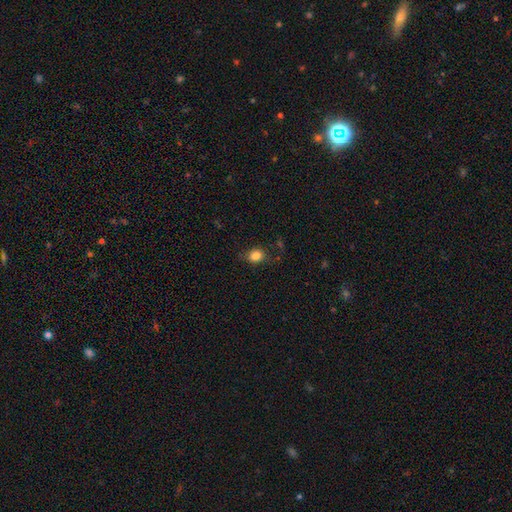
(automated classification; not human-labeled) This is clearly a smooth galaxy (83%). How rounded: possibly round (54%). Merging: likely none (77%).